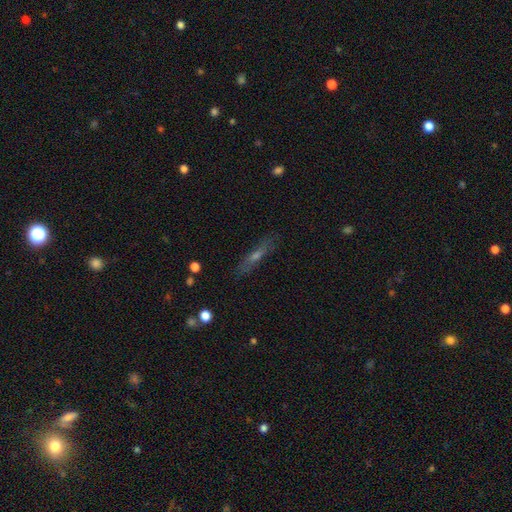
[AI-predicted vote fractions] A featured or disk galaxy (50%).

Vote fractions:
- Smooth or featured? featured or disk: 50% / smooth: 38% / star or artifact: 12%
- Merging? none: 84% / minor disturbance: 11% / major disturbance: 3% / merger: 2%